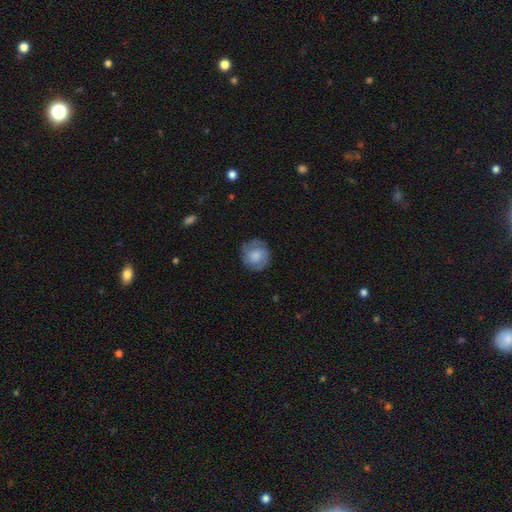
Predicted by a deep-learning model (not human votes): Morphology: type=smooth (55%); roundness=round (86%); merging=none (76%).